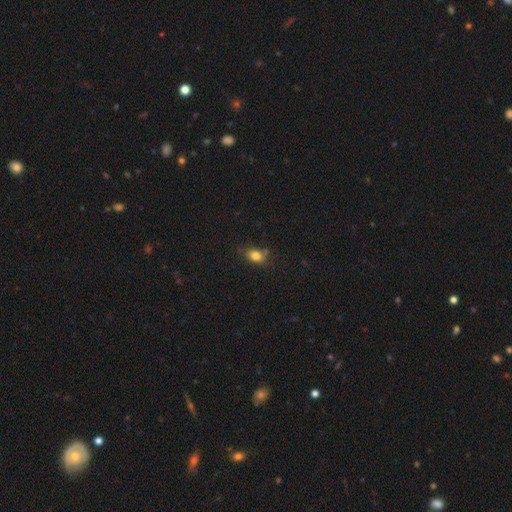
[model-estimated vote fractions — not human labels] Smooth or featured: smooth — 82% (star or artifact — 11%)
How rounded: in between — 69% (round — 29%)
Merging: none — 66% (minor disturbance — 21%)